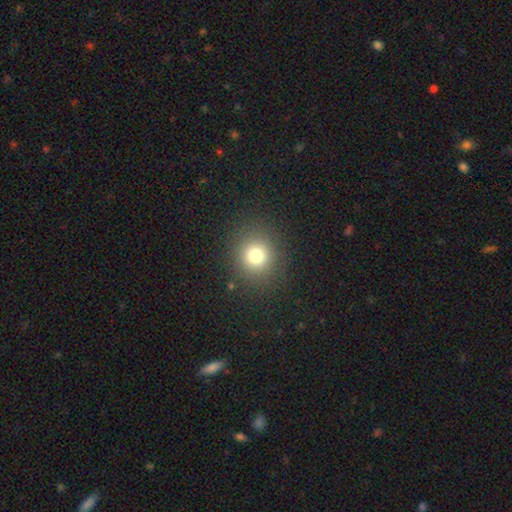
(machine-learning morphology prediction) Smooth or featured: smooth — 75% (star or artifact — 16%)
How rounded: round — 89% (in between — 10%)
Merging: none — 88% (minor disturbance — 7%)